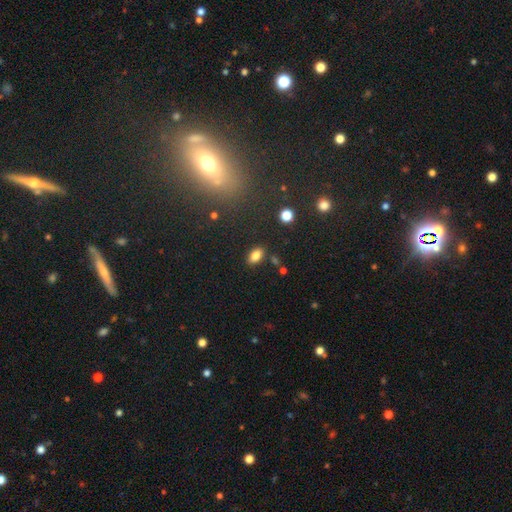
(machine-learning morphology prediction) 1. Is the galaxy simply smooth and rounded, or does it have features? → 83% smooth, 10% star or artifact, 7% featured or disk.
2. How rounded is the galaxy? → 90% in between, 8% round, 3% cigar-shaped.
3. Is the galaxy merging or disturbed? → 83% none, 10% minor disturbance, 4% merger, 3% major disturbance.